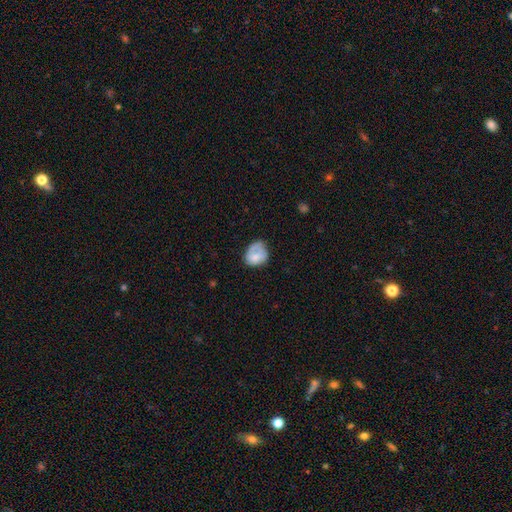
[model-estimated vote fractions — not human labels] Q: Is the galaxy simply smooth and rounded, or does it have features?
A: smooth — 69%.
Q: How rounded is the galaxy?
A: in between — 50%.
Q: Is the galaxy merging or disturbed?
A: none — 41%.